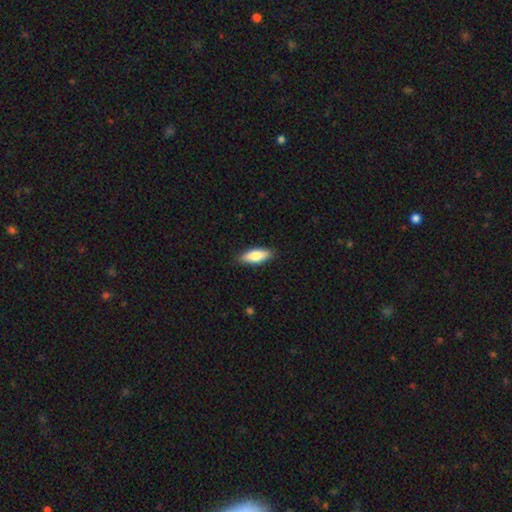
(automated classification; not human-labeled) Overall: smooth (80%). How rounded: in between (69%; cigar-shaped 29%). Merging: none (88%).